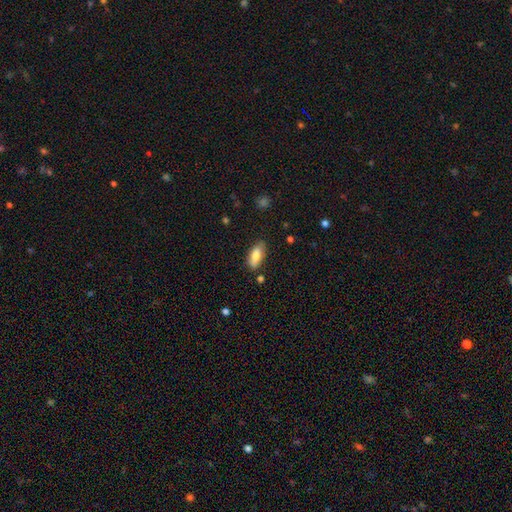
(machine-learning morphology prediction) A smooth galaxy with no disk features (75%) that is in between round and cigar-shaped (81%). Merging: none (76%).